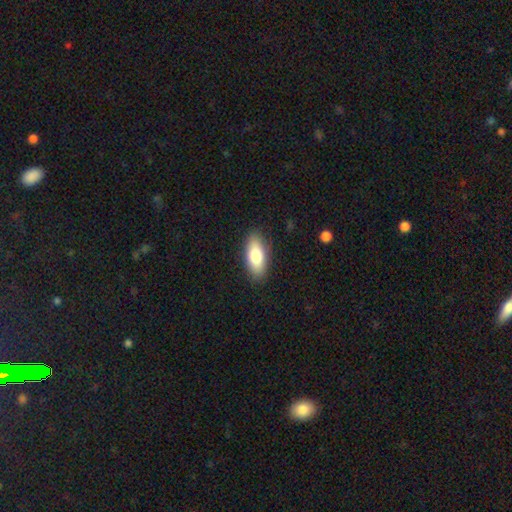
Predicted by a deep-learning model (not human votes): smooth_or_featured: smooth (p=0.77) [alt: featured or disk p=0.17]
how_rounded: in between (p=0.82) [alt: cigar-shaped p=0.15]
merging: none (p=0.88) [alt: minor disturbance p=0.09]